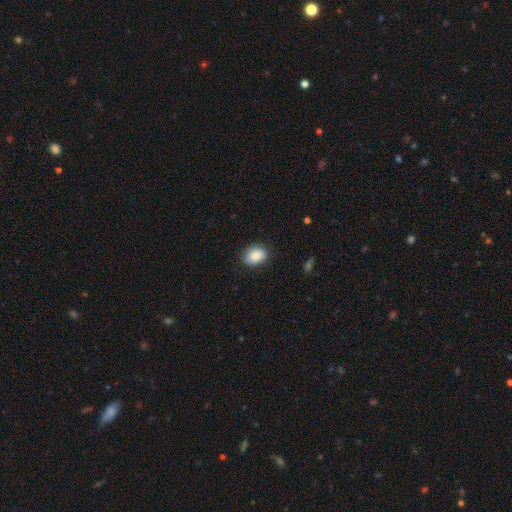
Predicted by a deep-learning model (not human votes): The model was most divided on "how rounded": in between: 64%, round: 35%, cigar-shaped: 1%. More confident: smooth or featured — smooth (86%); merging — none (82%).